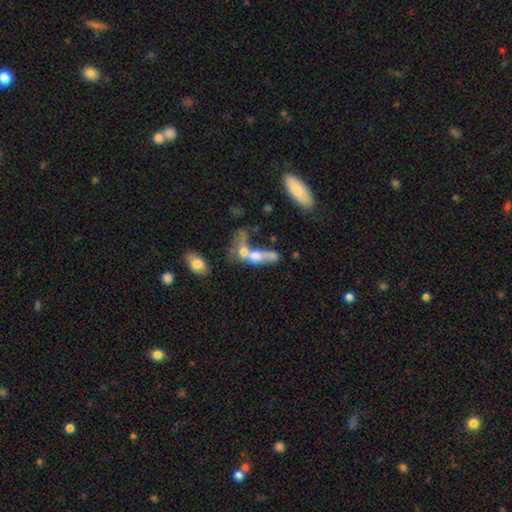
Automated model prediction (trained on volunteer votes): smooth_or_featured: smooth (p=0.47) [alt: featured or disk p=0.41]
merging: merger (p=0.66) [alt: none p=0.14]